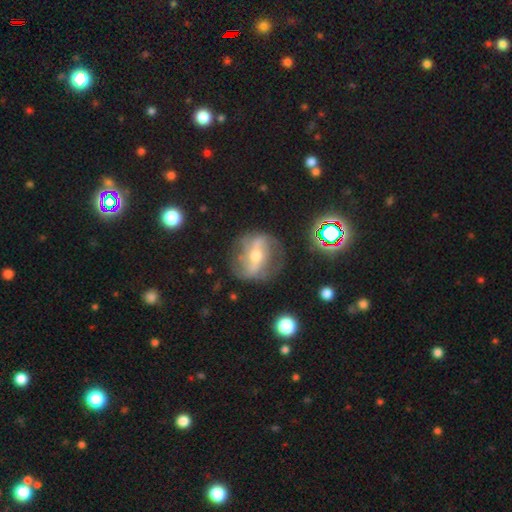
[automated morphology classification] Smooth or featured: featured or disk — 74% (smooth — 16%)
Edge-on disk: no — 91% (yes — 9%)
Bar: strong — 49% (weak — 30%)
Spiral arms: yes — 77% (no — 23%)
Spiral winding: loose — 42% (medium — 37%)
Spiral arm count: 2 — 73% (can't tell — 16%)
Bulge size: moderate — 59% (small — 35%)
Merging: none — 66% (minor disturbance — 19%)